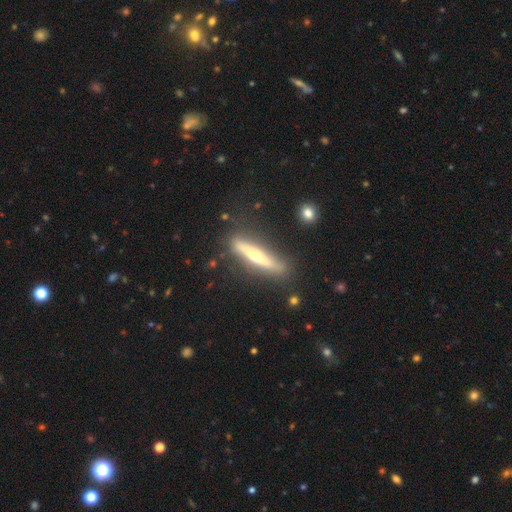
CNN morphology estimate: Q: Smooth or featured?
A: featured or disk (66%); runner-up: smooth (28%)
Q: Edge-on disk?
A: yes (92%); runner-up: no (8%)
Q: Edge-on bulge?
A: rounded (88%); runner-up: none (9%)
Q: Merging?
A: none (82%); runner-up: minor disturbance (12%)